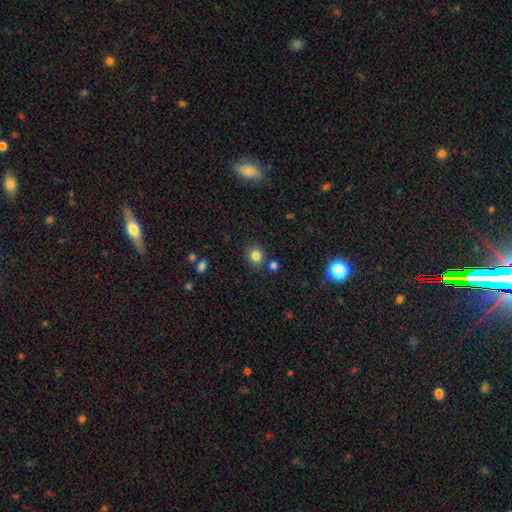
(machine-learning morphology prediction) Smooth or featured: smooth — 81% (star or artifact — 13%)
How rounded: round — 77% (in between — 22%)
Merging: none — 80% (minor disturbance — 10%)